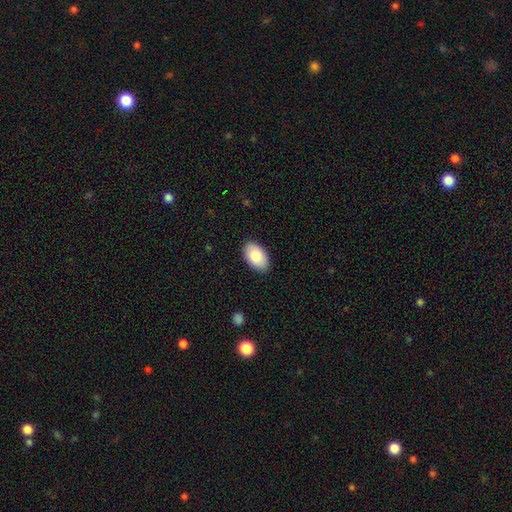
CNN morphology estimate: A smooth galaxy with no disk features (87%) that is in between round and cigar-shaped (95%).

Vote fractions:
- Smooth or featured? smooth: 87% / featured or disk: 8% / star or artifact: 6%
- How rounded? in between: 95% / round: 4% / cigar-shaped: 1%
- Merging? none: 88% / minor disturbance: 9% / major disturbance: 2% / merger: 1%